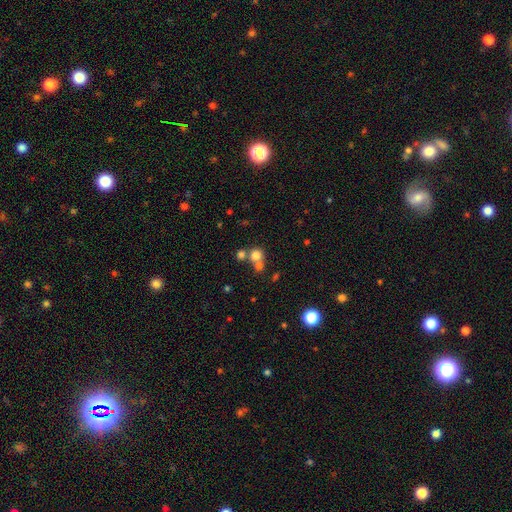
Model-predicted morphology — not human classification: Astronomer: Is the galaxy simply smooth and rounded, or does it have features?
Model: smooth — 74%.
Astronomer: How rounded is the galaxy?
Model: round — 85%.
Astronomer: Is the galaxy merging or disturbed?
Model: none — 47% (runner-up: merger, 43%).